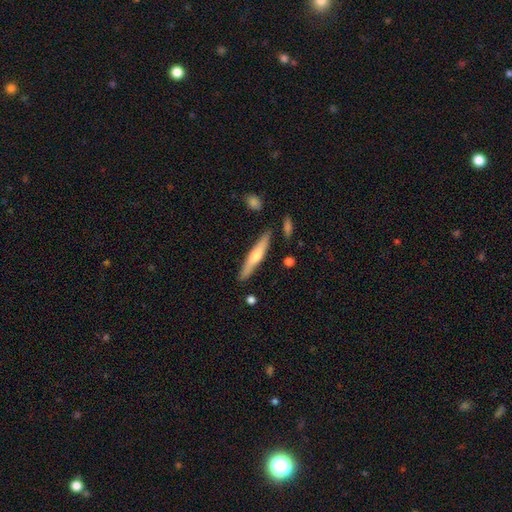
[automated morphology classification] A smooth galaxy with no disk features (49%). Merging: none (85%).